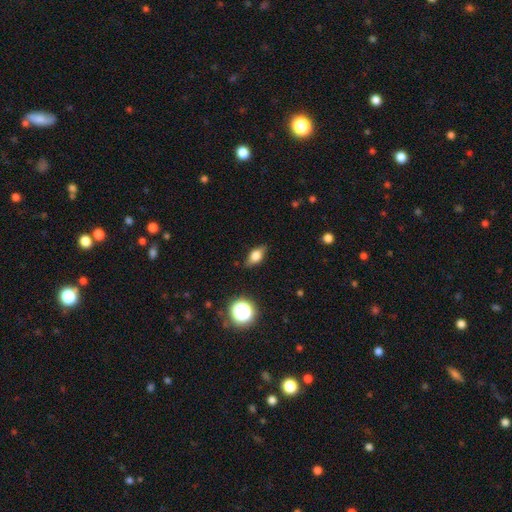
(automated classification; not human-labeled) Q: Smooth or featured?
A: smooth (64%); runner-up: featured or disk (26%)
Q: How rounded?
A: in between (74%); runner-up: round (13%)
Q: Merging?
A: none (82%); runner-up: minor disturbance (14%)